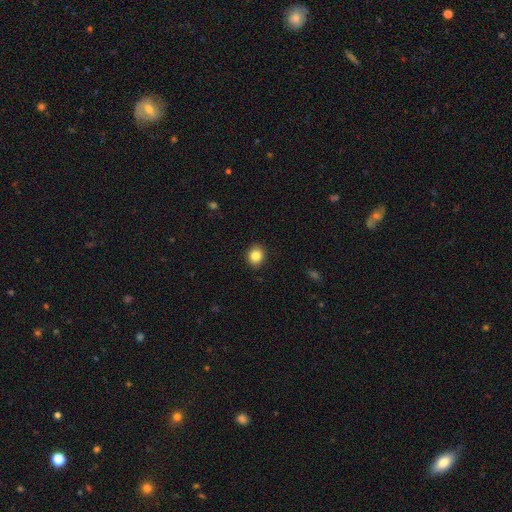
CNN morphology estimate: smooth_or_featured: smooth (p=0.85) [alt: star or artifact p=0.10]
how_rounded: round (p=0.76) [alt: in between p=0.23]
merging: none (p=0.90) [alt: minor disturbance p=0.07]